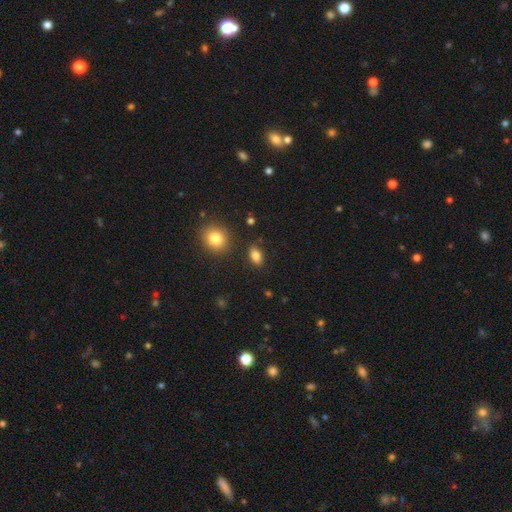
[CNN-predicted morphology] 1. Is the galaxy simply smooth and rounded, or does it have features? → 84% smooth, 10% star or artifact, 6% featured or disk.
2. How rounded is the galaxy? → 85% in between, 12% round, 3% cigar-shaped.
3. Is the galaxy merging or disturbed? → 84% none, 11% minor disturbance, 3% major disturbance, 3% merger.